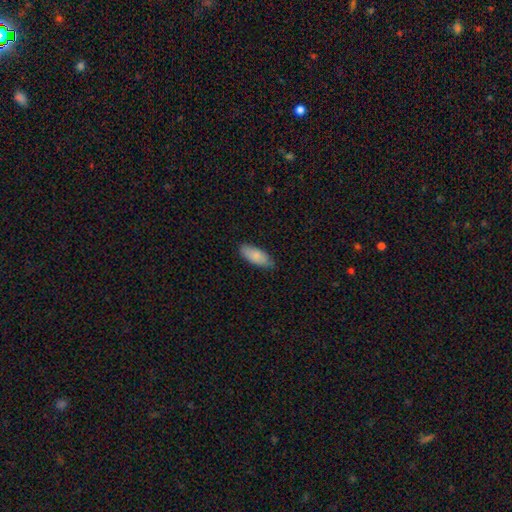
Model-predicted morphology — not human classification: Q: Smooth or featured?
A: smooth (84%); runner-up: featured or disk (10%)
Q: How rounded?
A: in between (84%); runner-up: cigar-shaped (14%)
Q: Merging?
A: none (79%); runner-up: minor disturbance (17%)